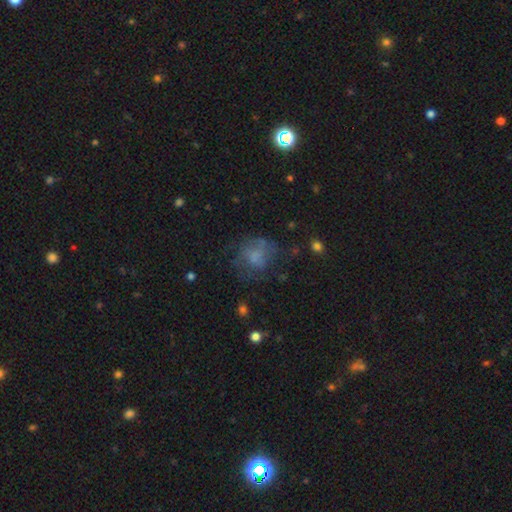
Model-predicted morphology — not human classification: smooth-or-featured: smooth: 47% | featured or disk: 37% | star or artifact: 16%
  merging: none: 48% | major disturbance: 27% | minor disturbance: 22% | merger: 3%